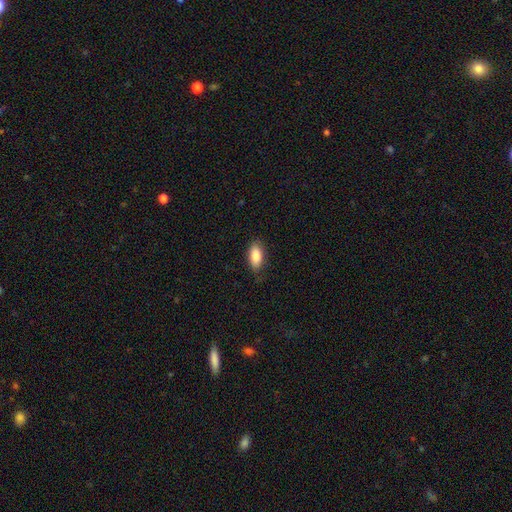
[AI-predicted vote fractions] This is clearly a smooth galaxy (87%). How rounded: clearly in between (89%). Merging: clearly none (81%).